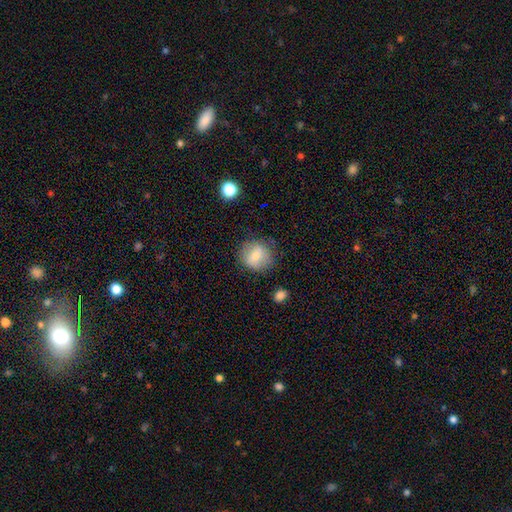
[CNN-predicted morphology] A smooth galaxy with no disk features (72%) that is round (83%).

Vote fractions:
- Smooth or featured? smooth: 72% / featured or disk: 19% / star or artifact: 9%
- How rounded? round: 83% / in between: 16% / cigar-shaped: 1%
- Merging? none: 79% / minor disturbance: 14% / major disturbance: 5% / merger: 2%